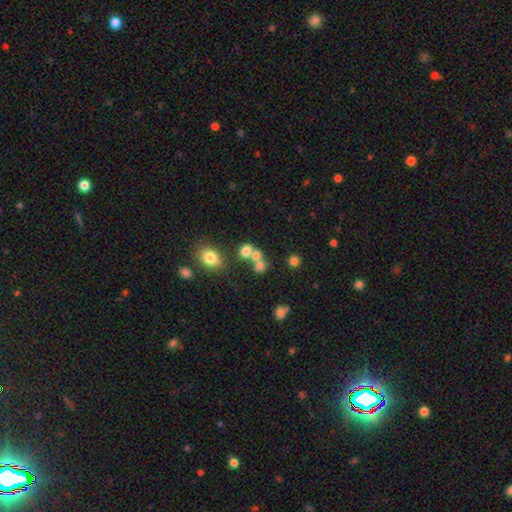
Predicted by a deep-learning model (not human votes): A smooth galaxy with no disk features (68%) that is round (52%). Merging: merger (54%).